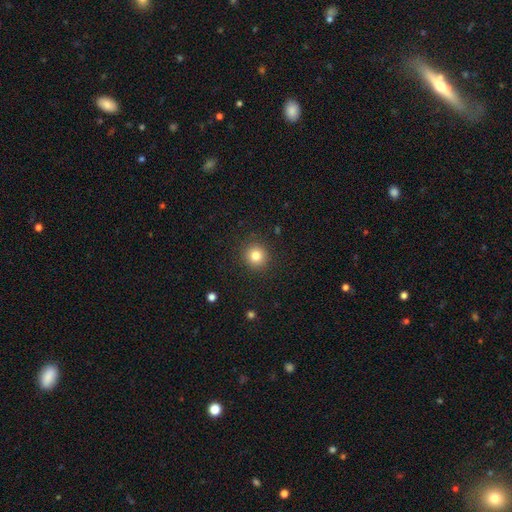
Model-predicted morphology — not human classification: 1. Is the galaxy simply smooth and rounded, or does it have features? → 81% smooth, 12% star or artifact, 7% featured or disk.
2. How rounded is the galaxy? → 93% round, 6% in between, 1% cigar-shaped.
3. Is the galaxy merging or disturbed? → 91% none, 6% minor disturbance, 2% major disturbance, 1% merger.